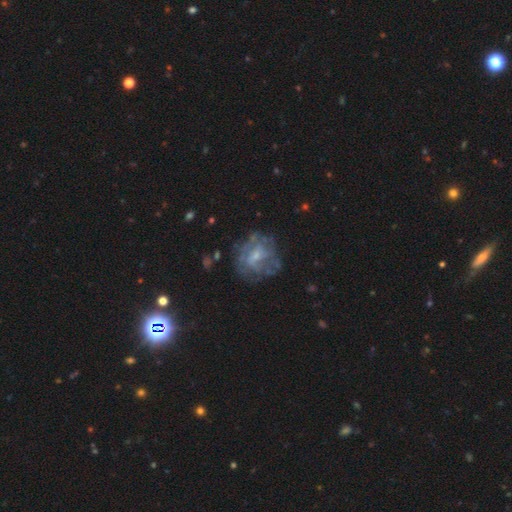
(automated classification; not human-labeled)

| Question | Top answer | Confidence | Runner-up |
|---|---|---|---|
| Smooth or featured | featured or disk | 66% | smooth (24%) |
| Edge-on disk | no | 97% | yes (3%) |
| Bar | no | 53% | weak (40%) |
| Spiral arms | yes | 54% | no (46%) |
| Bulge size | small | 55% | moderate (30%) |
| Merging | none | 63% | minor disturbance (19%) |